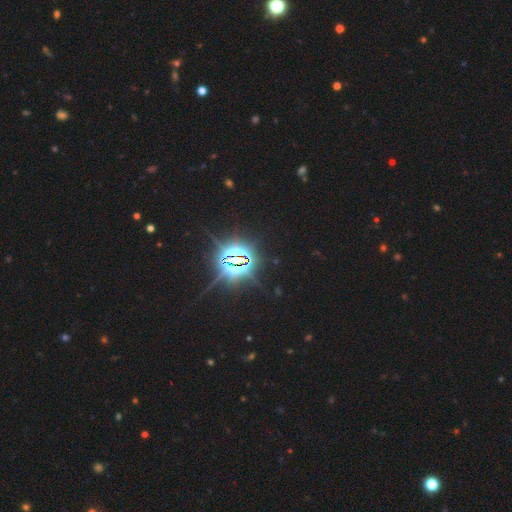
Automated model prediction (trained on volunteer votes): Smooth or featured?
  - star or artifact: 87% *
  - smooth: 9%
  - featured or disk: 5%